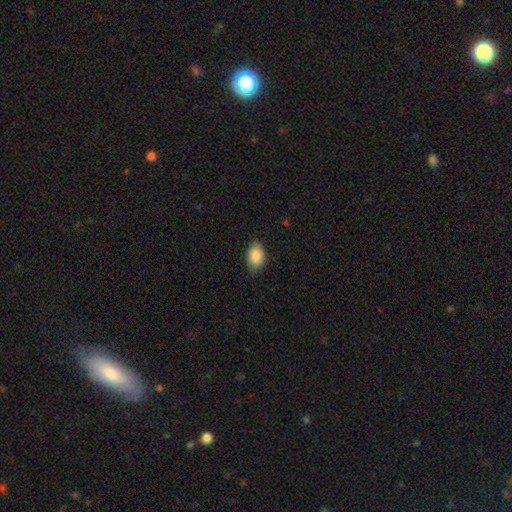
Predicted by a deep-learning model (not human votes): The model was most divided on "merging": none: 77%, minor disturbance: 19%, major disturbance: 3%, merger: 1%. More confident: how rounded — in between (89%); smooth or featured — smooth (88%).